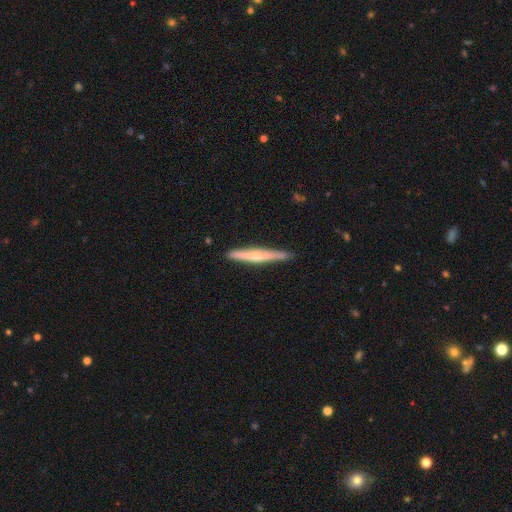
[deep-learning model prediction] smooth-or-featured: featured or disk: 53% | smooth: 42% | star or artifact: 5%
  disk-edge-on: yes: 96% | no: 4%
    edge-on-bulge: rounded: 62% | none: 30% | boxy: 7%
  merging: none: 84% | minor disturbance: 13% | major disturbance: 2% | merger: 2%